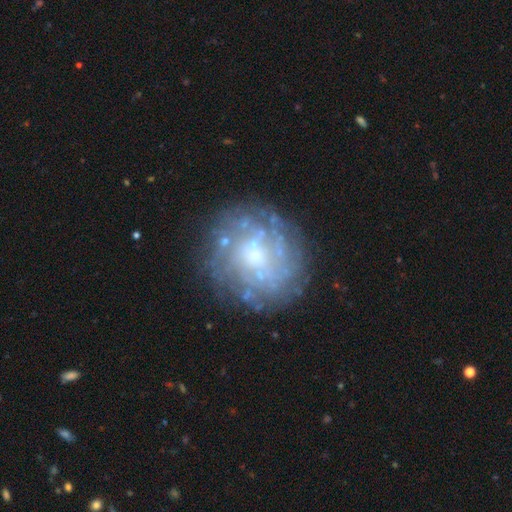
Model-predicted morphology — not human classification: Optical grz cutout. It shows a featured or disk galaxy (68%) with no bar (74%), spiral arms (52%) and a moderate central bulge (42%, tied with small). Merging: none (74%).